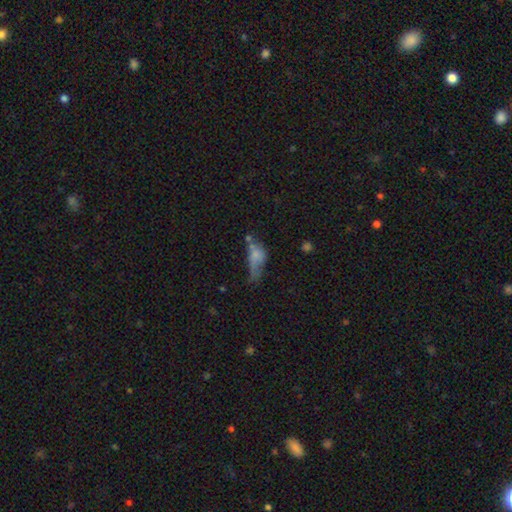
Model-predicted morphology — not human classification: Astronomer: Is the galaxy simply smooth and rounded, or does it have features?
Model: smooth — 64%.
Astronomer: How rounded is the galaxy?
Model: in between — 80%.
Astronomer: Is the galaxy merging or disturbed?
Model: major disturbance — 36% (runner-up: minor disturbance, 25%).